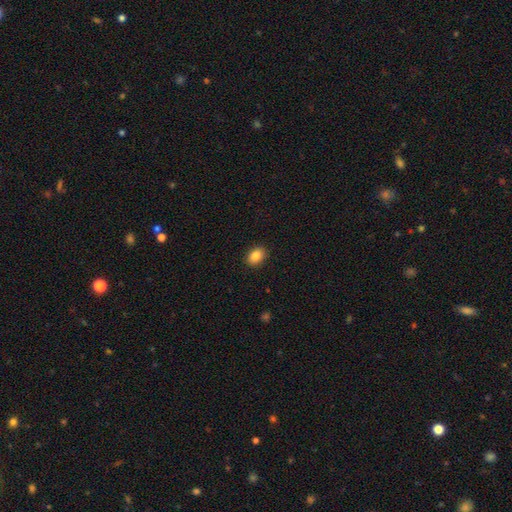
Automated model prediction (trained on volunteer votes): This appears to be a smooth galaxy with no disk features (87%) that is in between round and cigar-shaped (78%). Merging: none (90%).